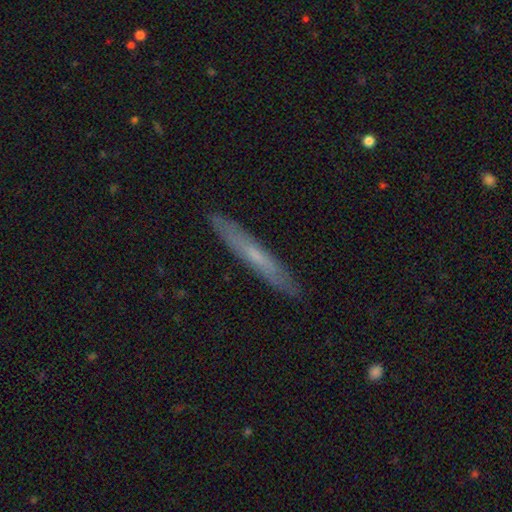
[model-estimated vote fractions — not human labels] This is possibly a featured or disk galaxy (49%). Merging: clearly none (89%).